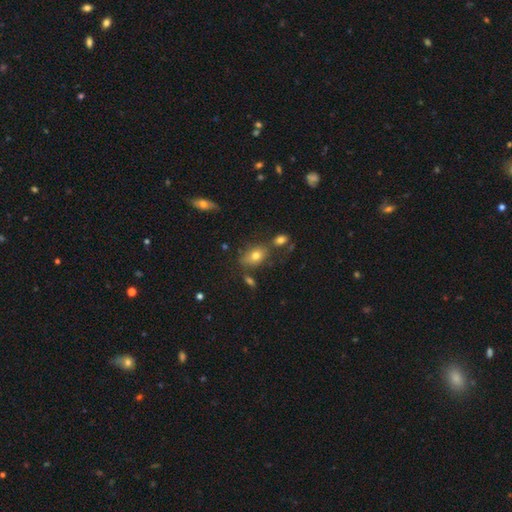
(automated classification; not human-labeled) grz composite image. It shows a smooth galaxy with no disk features (74%) that is in between round and cigar-shaped (85%). Merging: none (62%).